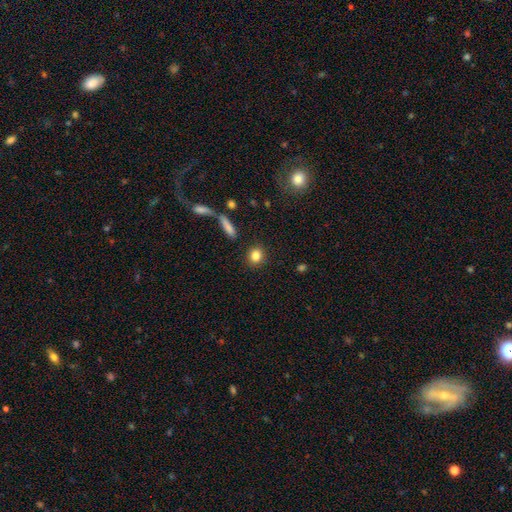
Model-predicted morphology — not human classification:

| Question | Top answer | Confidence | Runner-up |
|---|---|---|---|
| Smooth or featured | smooth | 84% | star or artifact (9%) |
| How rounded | round | 75% | in between (22%) |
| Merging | none | 89% | minor disturbance (6%) |